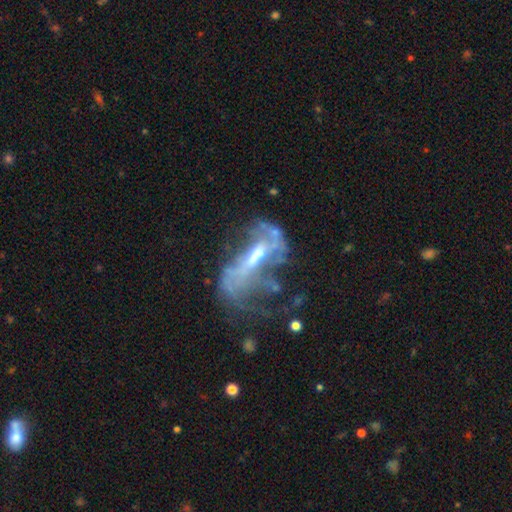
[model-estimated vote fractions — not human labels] The model was most divided on "spiral arms": yes: 51%, no: 49%. Remaining: edge-on disk — no (91%); smooth or featured — featured or disk (73%); bulge size — moderate (46%); merging — major disturbance (44%); bar — weak (37%).